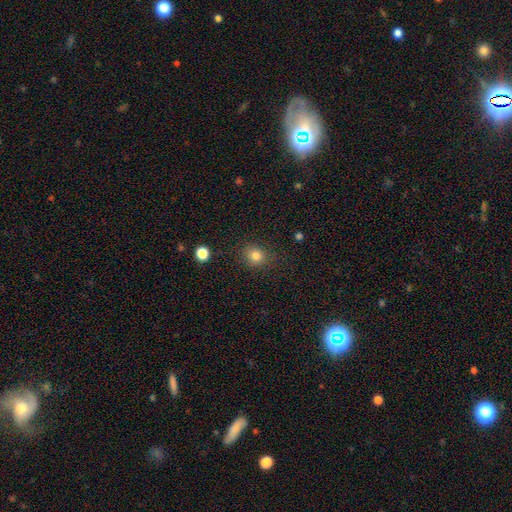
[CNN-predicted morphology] Smooth or featured? Predicted: smooth (p=0.82). How rounded? Predicted: round (p=0.79). Merging? Predicted: none (p=0.84).